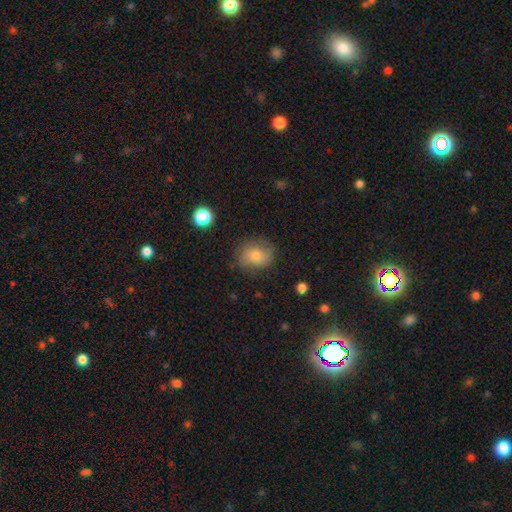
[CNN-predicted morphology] type=smooth (69%); roundness=round (62%); merging=none (75%).